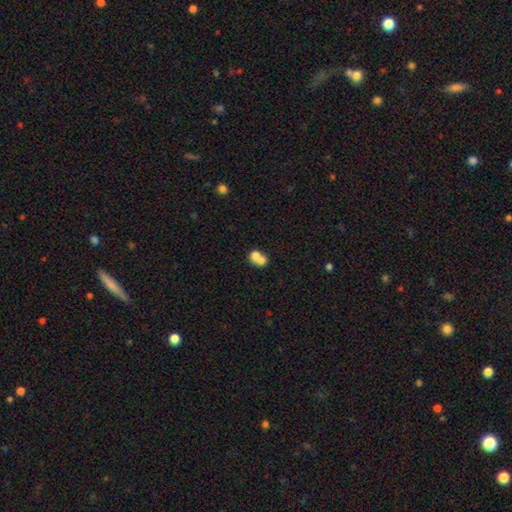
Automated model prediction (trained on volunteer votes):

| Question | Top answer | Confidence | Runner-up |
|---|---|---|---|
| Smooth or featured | smooth | 70% | featured or disk (20%) |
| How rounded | round | 56% | in between (43%) |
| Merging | merger | 70% | none (21%) |